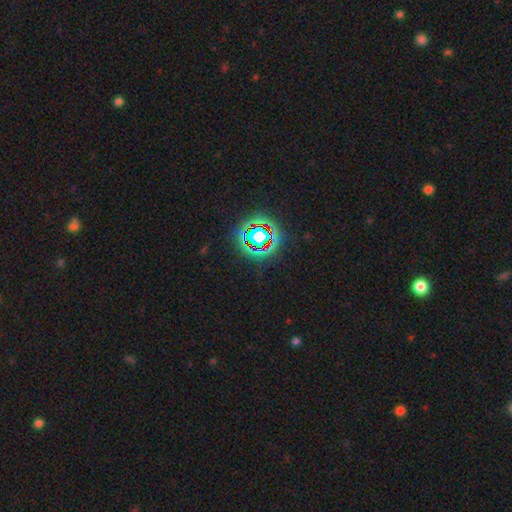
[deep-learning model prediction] Smooth or featured: star or artifact — 75% (smooth — 16%)